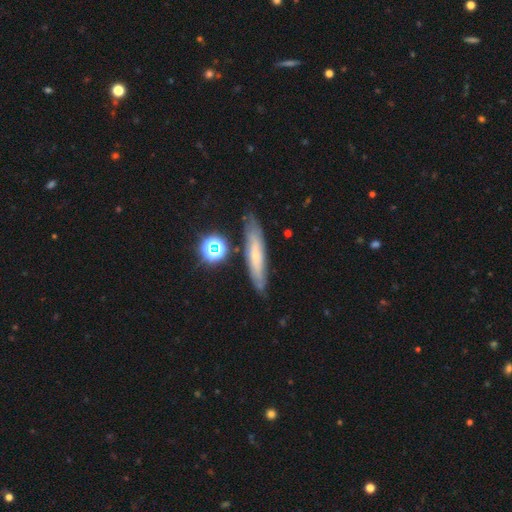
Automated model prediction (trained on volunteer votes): Smooth or featured? featured or disk (47%)
Merging? none (76%)